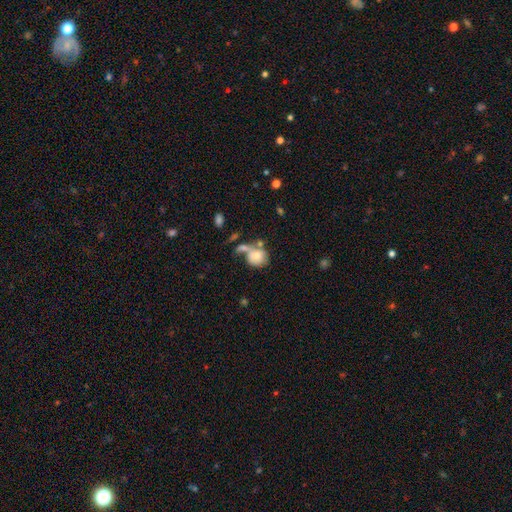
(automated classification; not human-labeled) A smooth galaxy with no disk features (65%) that is round (63%).

Vote fractions:
- Smooth or featured? smooth: 65% / featured or disk: 27% / star or artifact: 9%
- How rounded? round: 63% / in between: 35% / cigar-shaped: 1%
- Merging? merger: 35% / none: 30% / major disturbance: 18% / minor disturbance: 17%